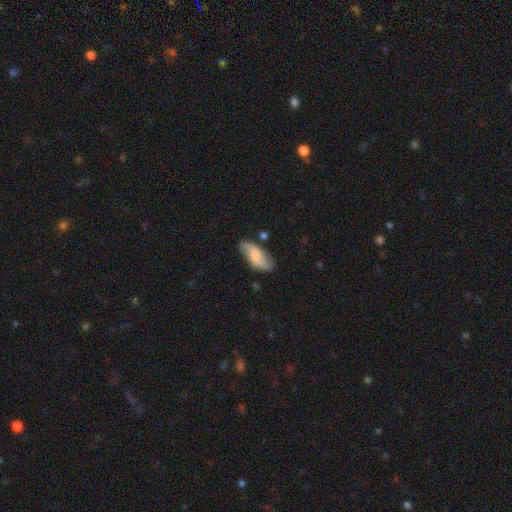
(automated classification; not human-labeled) smooth_or_featured: smooth (p=0.48) [alt: featured or disk p=0.45]
merging: none (p=0.72) [alt: minor disturbance p=0.20]